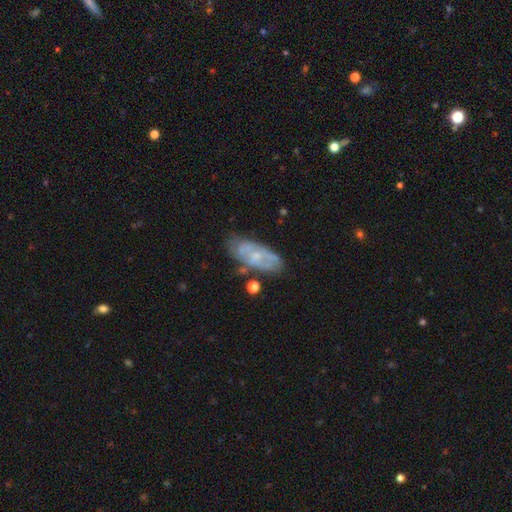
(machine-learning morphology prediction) Q: Smooth or featured?
A: featured or disk (65%); runner-up: smooth (26%)
Q: Edge-on disk?
A: no (89%); runner-up: yes (11%)
Q: Bar?
A: no (67%); runner-up: weak (27%)
Q: Spiral arms?
A: yes (68%); runner-up: no (32%)
Q: Bulge size?
A: small (67%); runner-up: moderate (23%)
Q: Merging?
A: none (68%); runner-up: minor disturbance (20%)